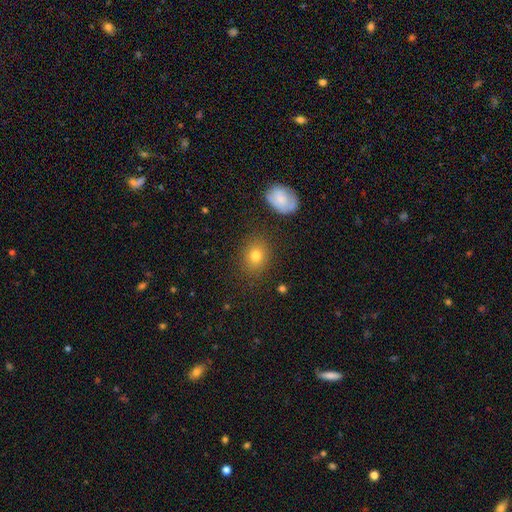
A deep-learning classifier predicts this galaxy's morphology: Q: Smooth or featured?
A: smooth (76%); runner-up: star or artifact (13%)
Q: How rounded?
A: round (57%); runner-up: in between (42%)
Q: Merging?
A: none (83%); runner-up: minor disturbance (10%)